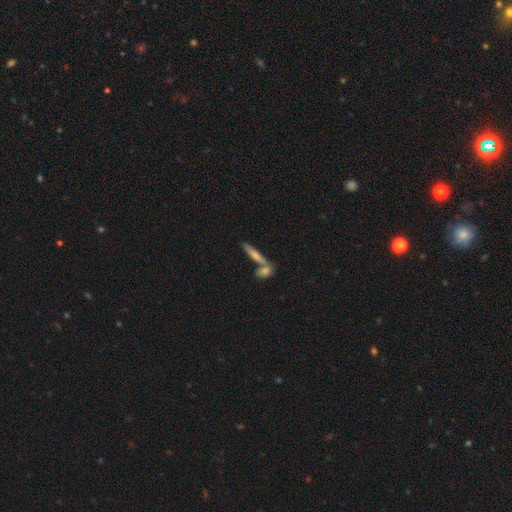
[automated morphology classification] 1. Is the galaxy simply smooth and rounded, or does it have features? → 47% smooth, 43% featured or disk, 11% star or artifact.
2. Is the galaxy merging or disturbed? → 53% none, 36% merger, 8% minor disturbance, 3% major disturbance.